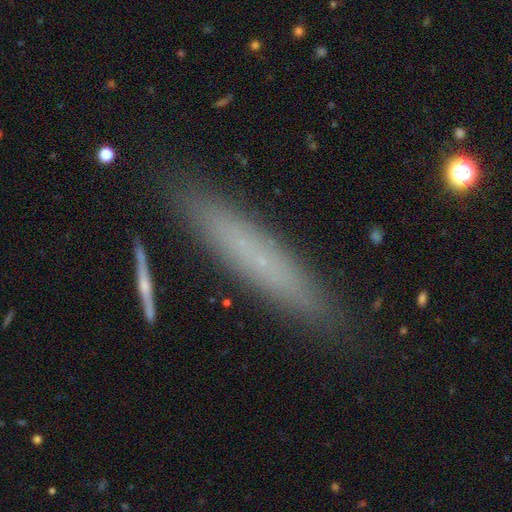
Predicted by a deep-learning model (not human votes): The model was most divided on "smooth or featured": smooth: 56%, featured or disk: 34%, star or artifact: 10%. More confident: how rounded — cigar-shaped (92%); merging — none (88%).